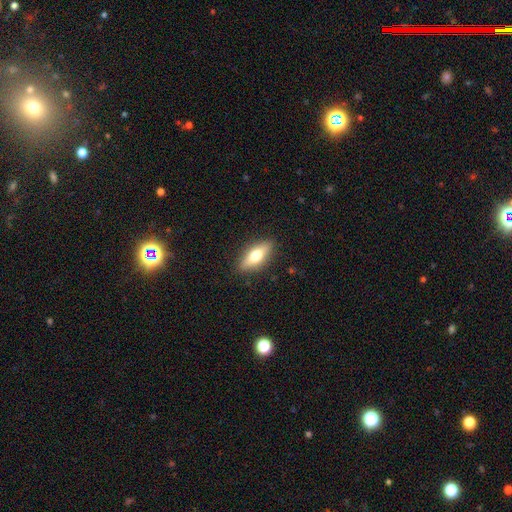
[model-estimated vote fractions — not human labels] Morphology: type=smooth (61%); roundness=in between (65%); merging=none (88%).